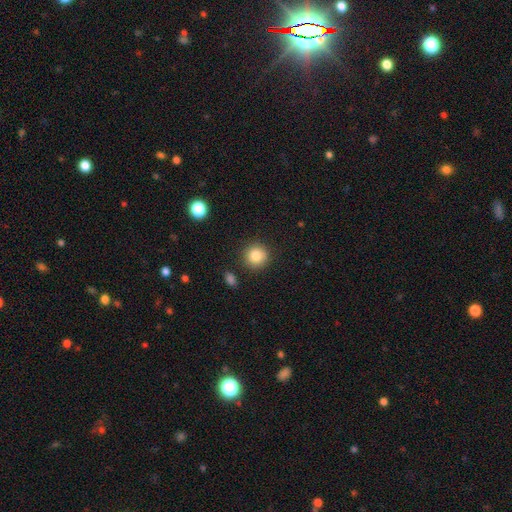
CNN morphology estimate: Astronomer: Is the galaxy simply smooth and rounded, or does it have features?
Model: smooth — 84%.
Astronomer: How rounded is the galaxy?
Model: round — 92%.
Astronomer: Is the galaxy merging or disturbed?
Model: none — 87%.